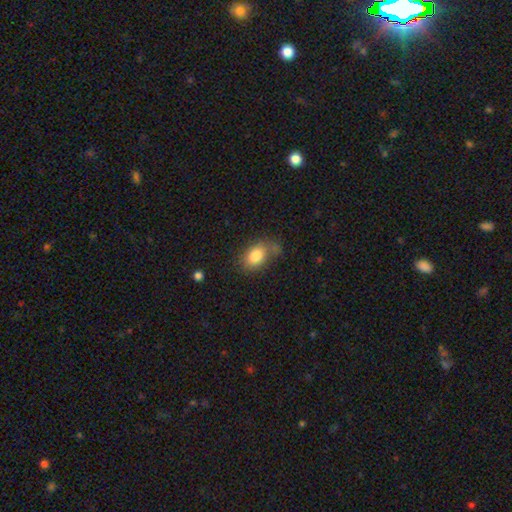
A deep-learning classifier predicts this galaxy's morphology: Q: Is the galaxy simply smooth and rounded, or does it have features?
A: smooth — 82%.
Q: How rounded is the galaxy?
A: in between — 81%.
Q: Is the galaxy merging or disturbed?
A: none — 51%.